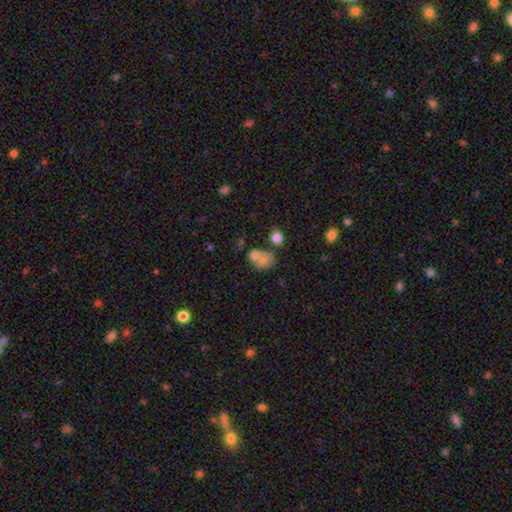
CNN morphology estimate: smooth-or-featured: smooth: 69% | featured or disk: 19% | star or artifact: 12%
  how-rounded: round: 52% | in between: 46% | cigar-shaped: 1%
  merging: merger: 52% | none: 29% | minor disturbance: 11% | major disturbance: 8%